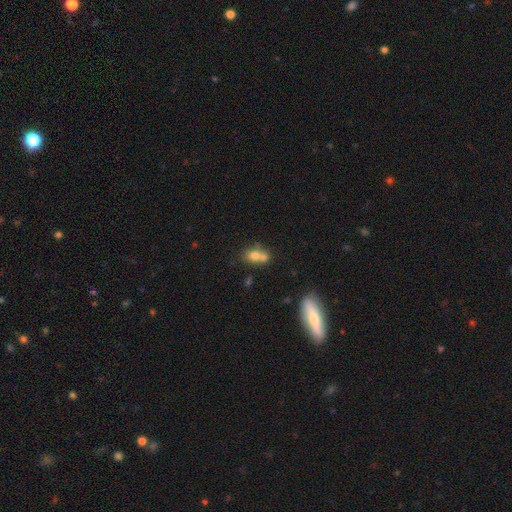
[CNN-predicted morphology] Overall: smooth (71%). How rounded: in between (61%; round 36%). Merging: merger (50%; none 33%).